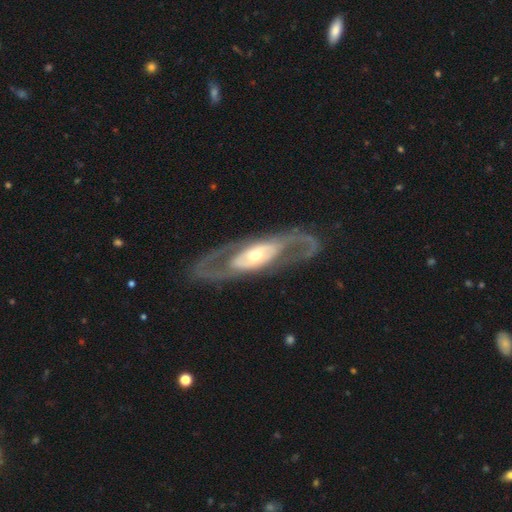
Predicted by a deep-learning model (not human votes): This appears to be a featured or disk galaxy (84%) with no bar (62%), 2 (85%) medium (45%) spiral arms (70%) and a moderate central bulge (54%). Merging: none (79%).